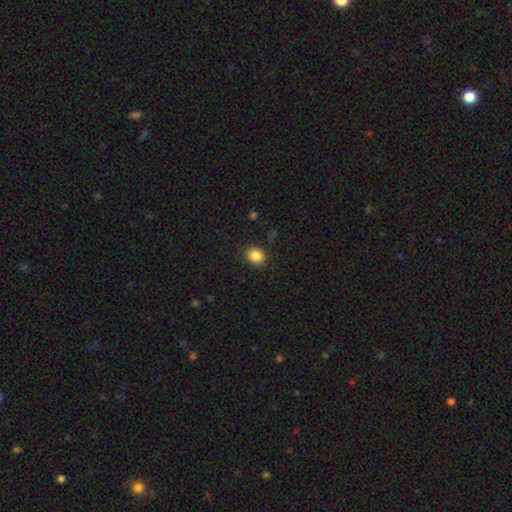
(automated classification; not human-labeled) smooth 86%, star or artifact 10%, featured or disk 4%. Down the decision tree: how rounded — round (64%); merging — none (86%).